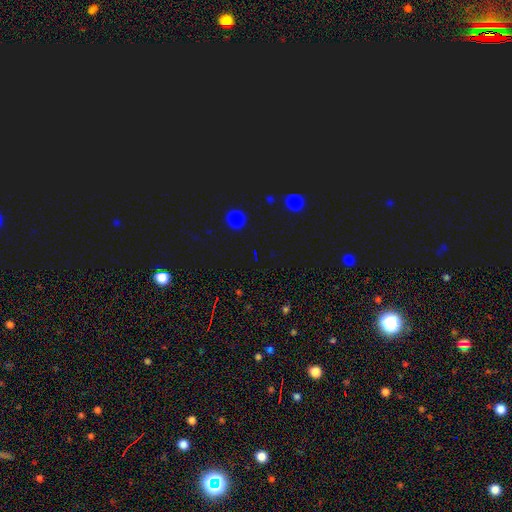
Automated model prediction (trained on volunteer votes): smooth-or-featured: star or artifact: 62% | smooth: 31% | featured or disk: 7%